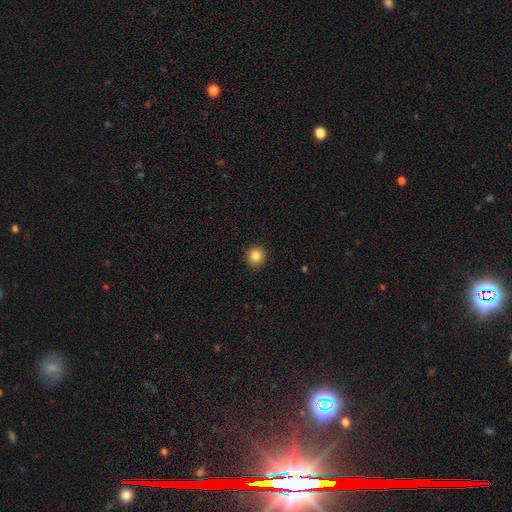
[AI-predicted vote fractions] Smooth or featured: smooth — 86% (star or artifact — 10%)
How rounded: round — 93% (in between — 6%)
Merging: none — 92% (minor disturbance — 5%)